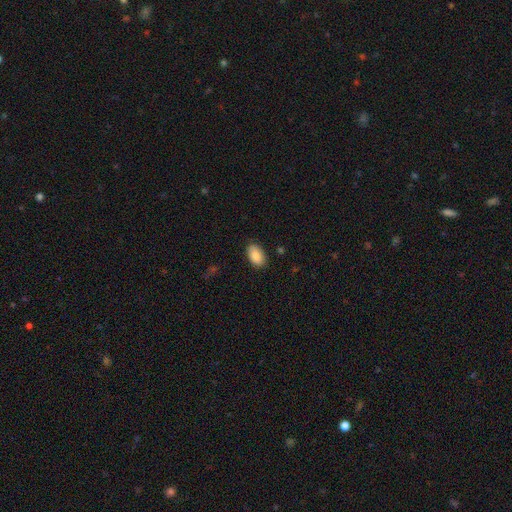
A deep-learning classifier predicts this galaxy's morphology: Smooth or featured?
  - smooth: 85% *
  - featured or disk: 8%
  - star or artifact: 7%
How rounded?
  - in between: 93% *
  - round: 6%
  - cigar-shaped: 1%
Merging?
  - none: 85% *
  - minor disturbance: 12%
  - major disturbance: 2%
  - merger: 1%